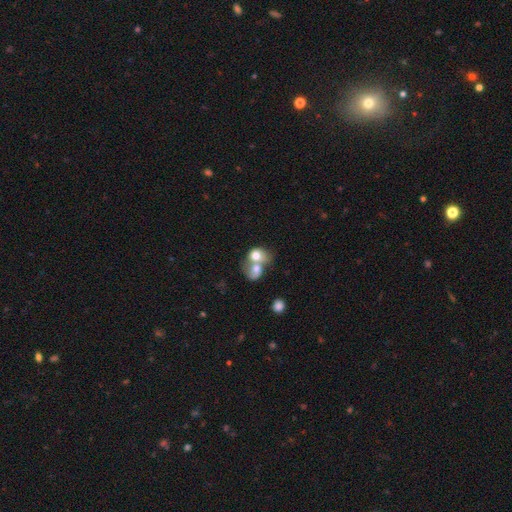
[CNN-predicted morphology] This appears to be a smooth galaxy with no disk features (71%) that is round (54%). Merging: merger (77%).